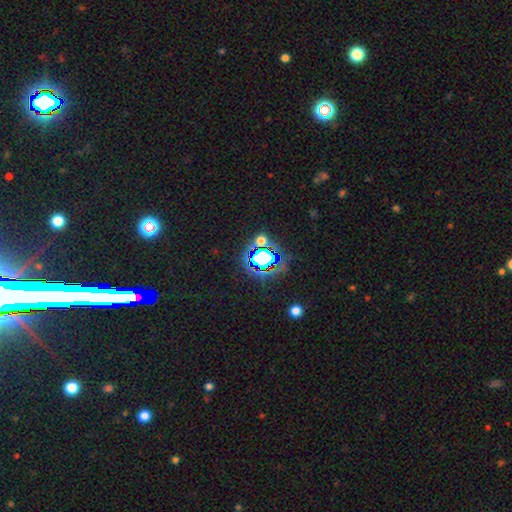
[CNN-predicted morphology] type=star or artifact (65%).